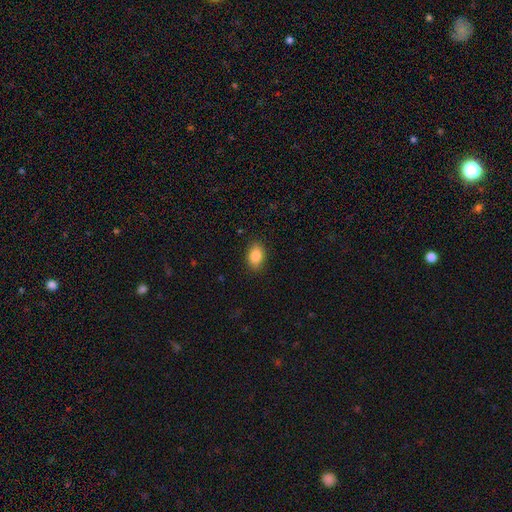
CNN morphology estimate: The model was most divided on "how rounded": in between: 85%, round: 14%, cigar-shaped: 1%. More confident: merging — none (87%); smooth or featured — smooth (86%).